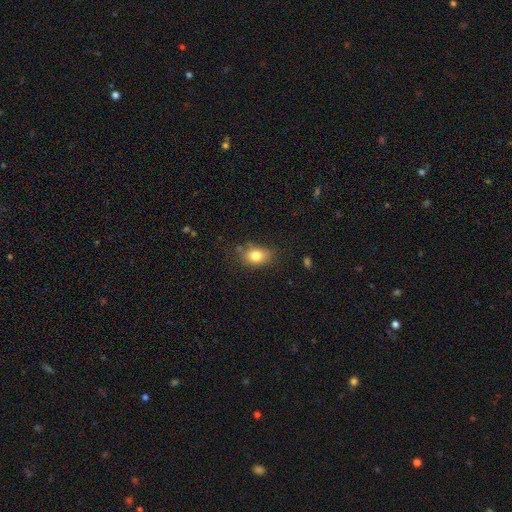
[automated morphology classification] Smooth or featured? smooth (80%)
How rounded? in between (68%)
Merging? none (66%)